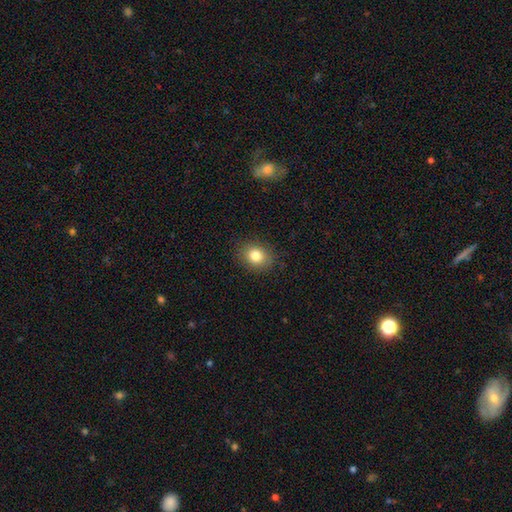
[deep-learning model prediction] This is clearly a smooth galaxy (82%). How rounded: possibly round (54%). Merging: clearly none (87%).